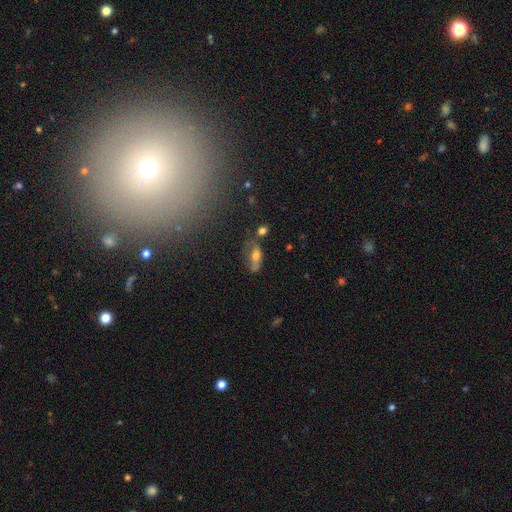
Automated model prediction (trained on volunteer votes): smooth 57%, featured or disk 32%, star or artifact 11%. Down the decision tree: how rounded — in between (71%); merging — none (50%).